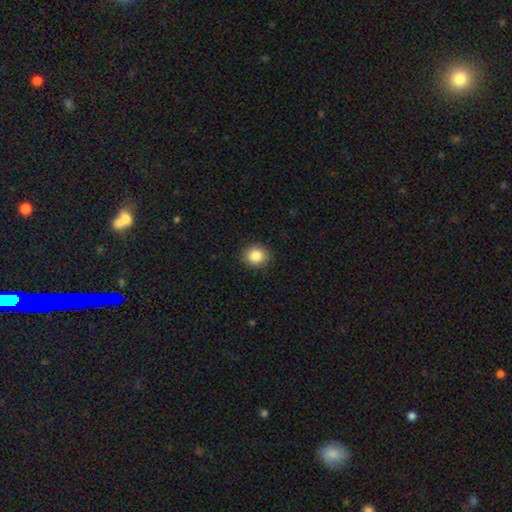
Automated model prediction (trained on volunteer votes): Q: Smooth or featured?
A: smooth (86%); runner-up: star or artifact (9%)
Q: How rounded?
A: round (79%); runner-up: in between (20%)
Q: Merging?
A: none (90%); runner-up: minor disturbance (7%)